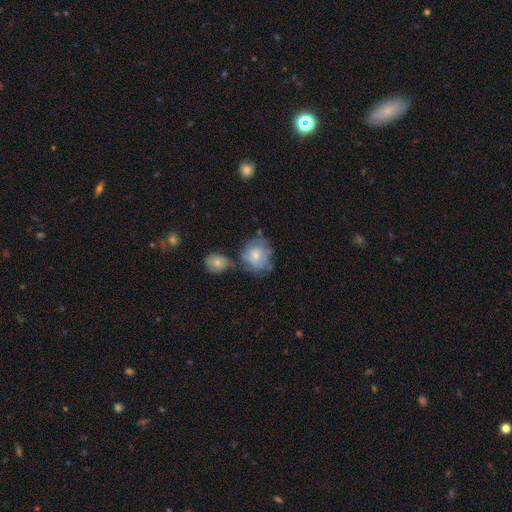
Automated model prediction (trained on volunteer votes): Smooth or featured: smooth — 56% (featured or disk — 37%)
How rounded: round — 73% (in between — 26%)
Merging: none — 46% (minor disturbance — 23%)